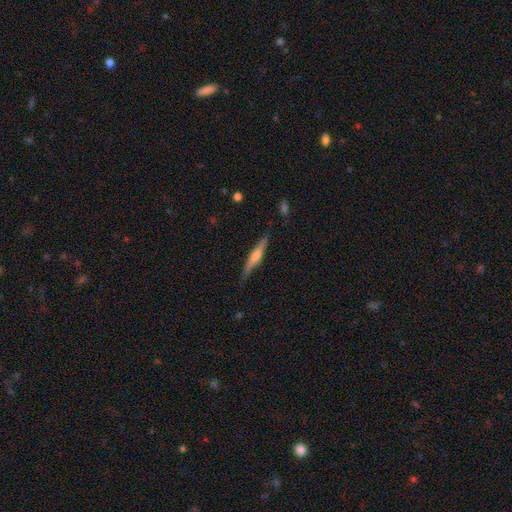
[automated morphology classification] smooth_or_featured: featured or disk (p=0.67) [alt: smooth p=0.28]
disk_edge_on: yes (p=0.96) [alt: no p=0.04]
edge_on_bulge: rounded (p=0.77) [alt: boxy p=0.15]
merging: none (p=0.81) [alt: minor disturbance p=0.15]